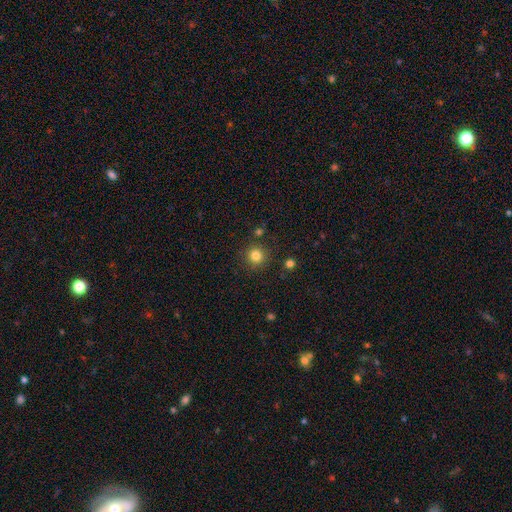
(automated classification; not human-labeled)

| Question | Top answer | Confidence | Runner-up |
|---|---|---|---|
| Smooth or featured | smooth | 82% | star or artifact (12%) |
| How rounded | round | 94% | in between (5%) |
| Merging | none | 88% | minor disturbance (7%) |